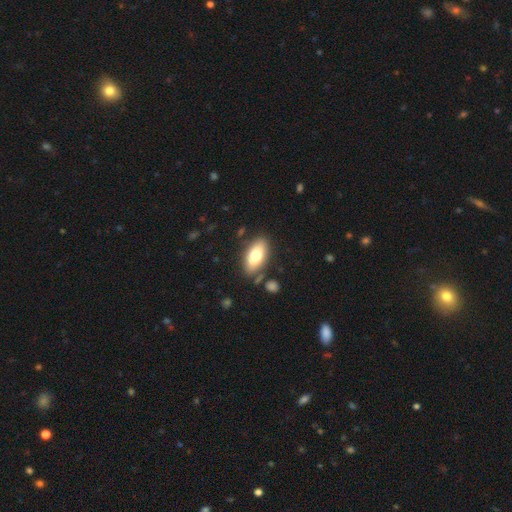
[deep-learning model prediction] smooth_or_featured: smooth (p=0.78) [alt: featured or disk p=0.16]
how_rounded: in between (p=0.89) [alt: cigar-shaped p=0.08]
merging: none (p=0.80) [alt: minor disturbance p=0.12]